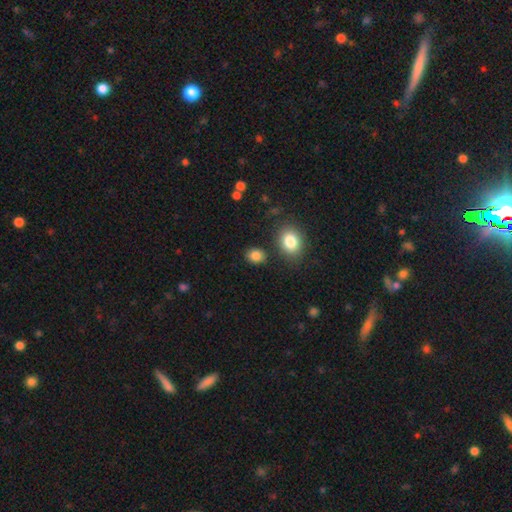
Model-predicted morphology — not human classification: The model was most divided on "how rounded": round: 54%, in between: 45%, cigar-shaped: 1%. More confident: smooth or featured — smooth (86%); merging — none (83%).